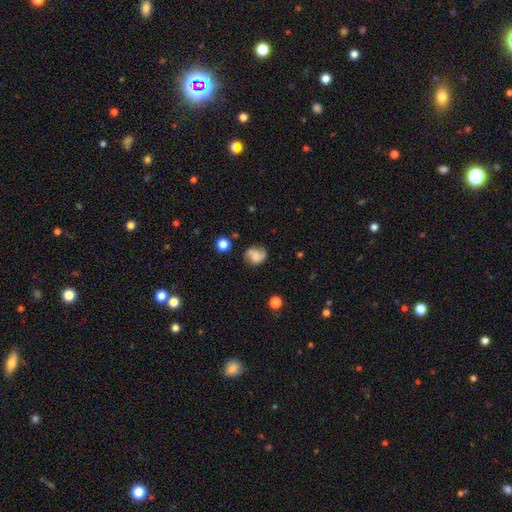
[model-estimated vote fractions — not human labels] This is possibly a smooth galaxy (51%). How rounded: likely round (62%). Merging: possibly none (58%).